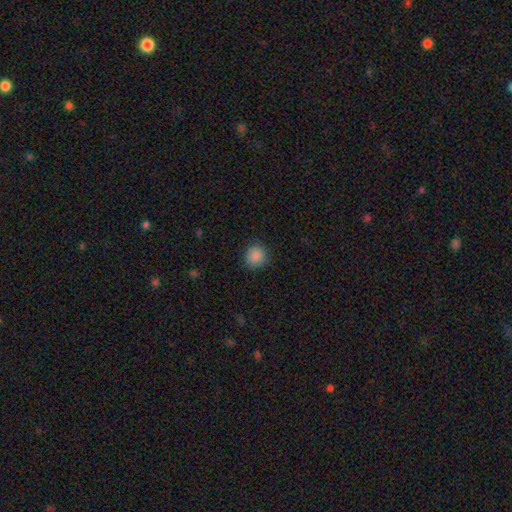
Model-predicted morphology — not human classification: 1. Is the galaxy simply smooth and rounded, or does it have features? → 88% smooth, 9% star or artifact, 3% featured or disk.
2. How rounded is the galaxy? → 90% round, 9% in between, 1% cigar-shaped.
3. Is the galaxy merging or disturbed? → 86% none, 10% minor disturbance, 3% major disturbance, 1% merger.